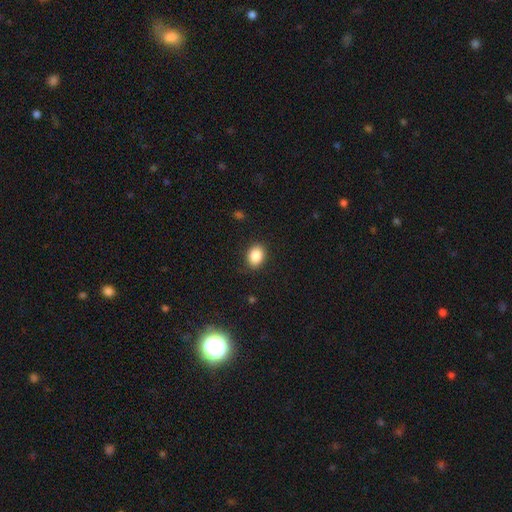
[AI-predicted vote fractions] Overall: smooth (87%). How rounded: in between (62%; round 37%). Merging: none (86%).